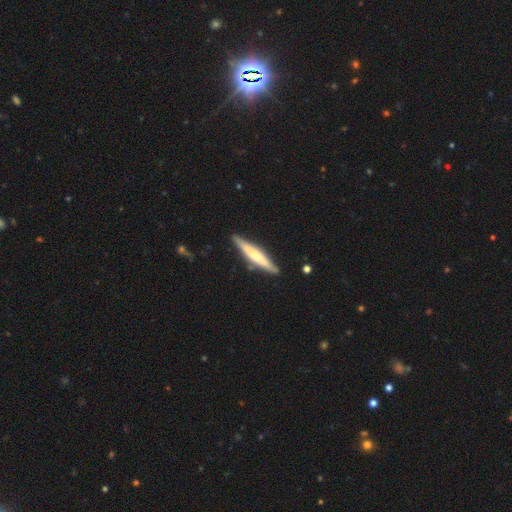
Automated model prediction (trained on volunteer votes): smooth_or_featured: featured or disk (p=0.50) [alt: smooth p=0.45]
merging: none (p=0.87) [alt: minor disturbance p=0.10]